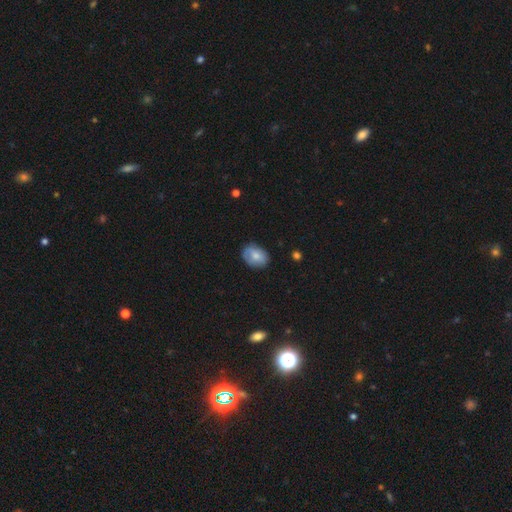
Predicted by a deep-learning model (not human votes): Overall: smooth (74%). How rounded: in between (71%). Merging: none (77%).